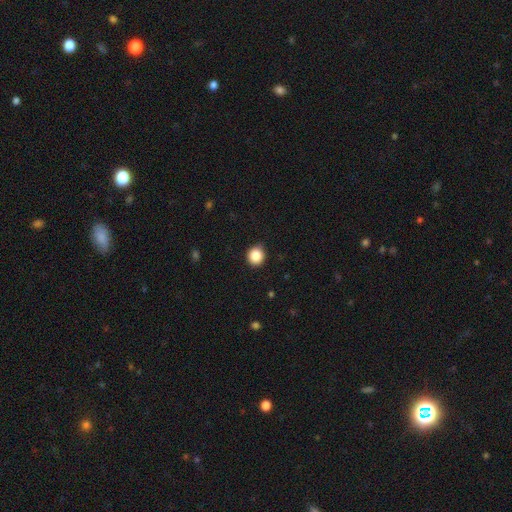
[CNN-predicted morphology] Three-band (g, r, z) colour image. It shows a smooth galaxy with no disk features (86%) that is round (88%). Merging: none (85%).